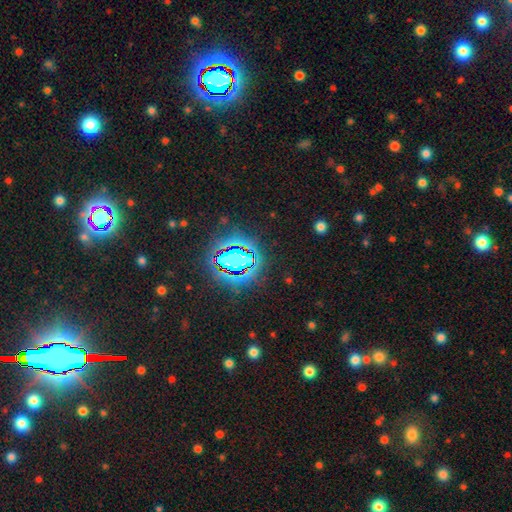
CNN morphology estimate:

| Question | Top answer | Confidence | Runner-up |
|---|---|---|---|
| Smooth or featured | star or artifact | 83% | smooth (10%) |